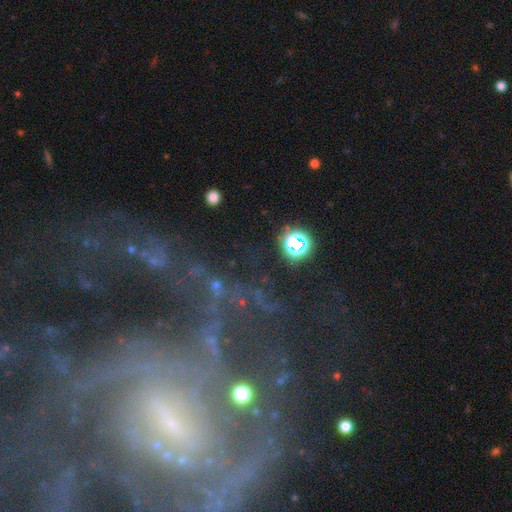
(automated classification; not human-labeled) The model was most divided on "smooth or featured": featured or disk: 41%, star or artifact: 32%, smooth: 28%. More confident: merging — none (76%).